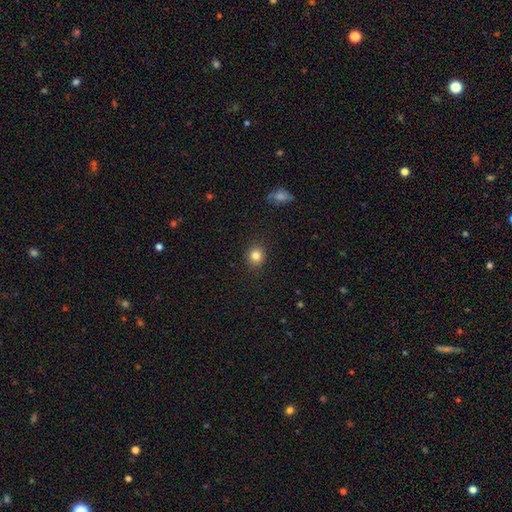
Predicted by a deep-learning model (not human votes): Smooth or featured?
  - smooth: 83% *
  - star or artifact: 11%
  - featured or disk: 6%
How rounded?
  - round: 82% *
  - in between: 17%
  - cigar-shaped: 1%
Merging?
  - none: 90% *
  - minor disturbance: 7%
  - major disturbance: 2%
  - merger: 1%